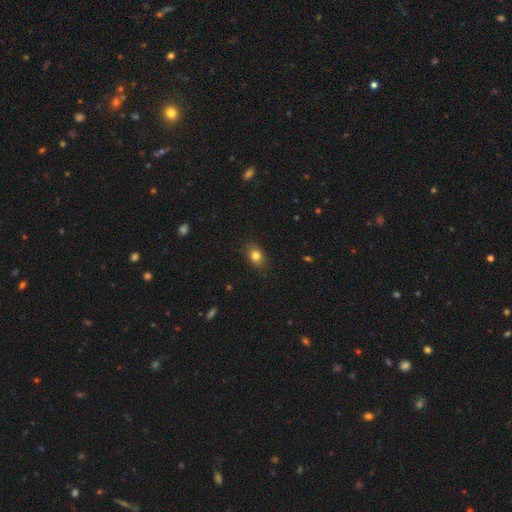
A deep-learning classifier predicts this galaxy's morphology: smooth-or-featured: smooth: 81% | star or artifact: 11% | featured or disk: 8%
  how-rounded: in between: 71% | round: 27% | cigar-shaped: 2%
  merging: none: 87% | minor disturbance: 10% | major disturbance: 2% | merger: 1%